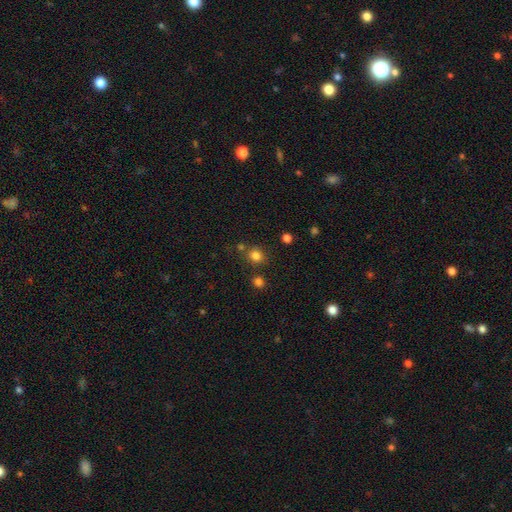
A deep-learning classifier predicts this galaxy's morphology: Smooth or featured?
  - smooth: 80% *
  - star or artifact: 15%
  - featured or disk: 5%
How rounded?
  - round: 80% *
  - in between: 19%
  - cigar-shaped: 1%
Merging?
  - none: 77% *
  - merger: 10%
  - minor disturbance: 10%
  - major disturbance: 4%